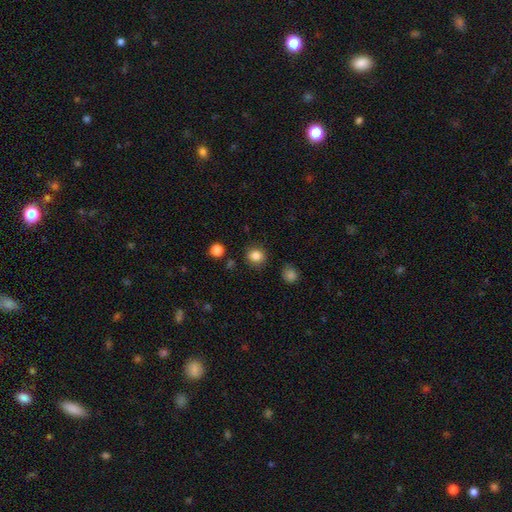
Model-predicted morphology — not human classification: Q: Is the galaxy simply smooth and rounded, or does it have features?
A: smooth — 85%.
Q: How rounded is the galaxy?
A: round — 81%.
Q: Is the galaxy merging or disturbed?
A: none — 85%.